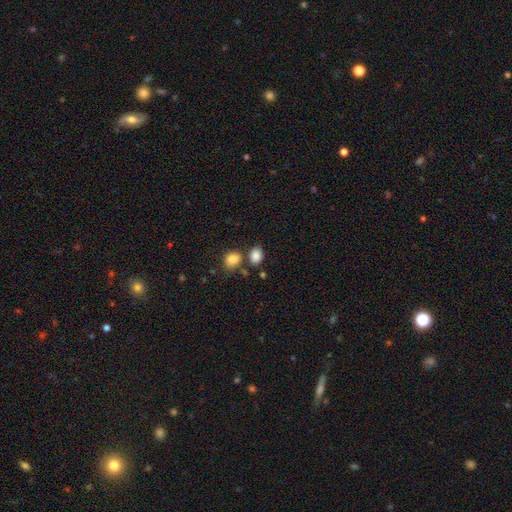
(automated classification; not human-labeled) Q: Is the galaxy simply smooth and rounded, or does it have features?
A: smooth — 86%.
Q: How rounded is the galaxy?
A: in between — 64%.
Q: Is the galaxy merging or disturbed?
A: none — 65%.